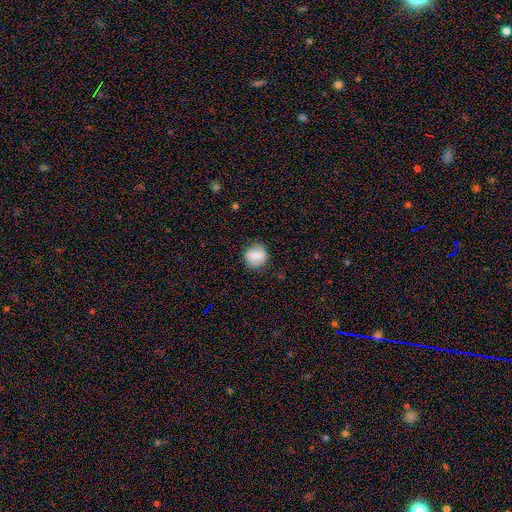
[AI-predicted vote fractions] The model was most divided on "smooth or featured": smooth: 72%, featured or disk: 20%, star or artifact: 8%. More confident: how rounded — round (88%); merging — none (85%).